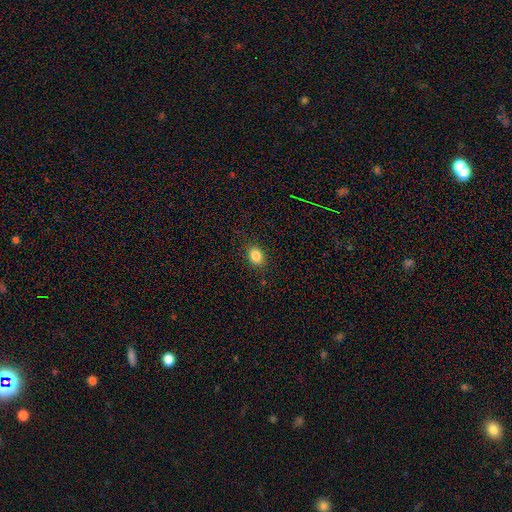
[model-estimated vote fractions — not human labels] Overall: smooth (85%). How rounded: in between (67%; round 32%). Merging: none (86%).